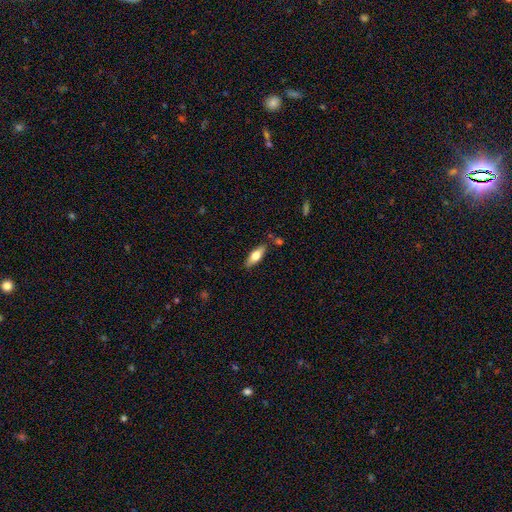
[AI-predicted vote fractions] Morphology: type=smooth (65%); roundness=in between (64%); merging=none (81%).